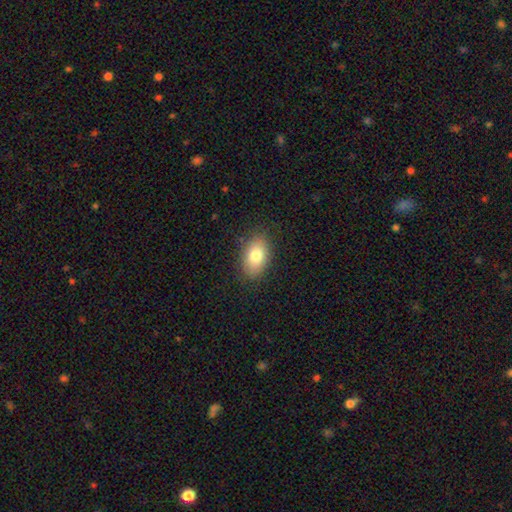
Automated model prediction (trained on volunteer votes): Smooth or featured?
  - smooth: 79% *
  - featured or disk: 12%
  - star or artifact: 8%
How rounded?
  - in between: 89% *
  - round: 10%
  - cigar-shaped: 2%
Merging?
  - none: 85% *
  - minor disturbance: 11%
  - major disturbance: 3%
  - merger: 1%